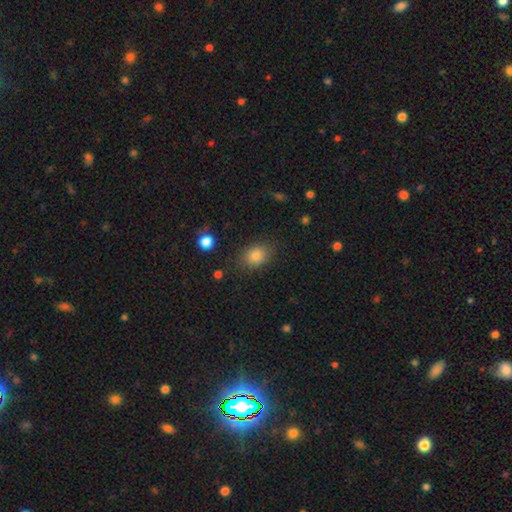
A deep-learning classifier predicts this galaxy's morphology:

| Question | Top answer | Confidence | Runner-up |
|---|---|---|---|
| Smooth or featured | smooth | 82% | star or artifact (11%) |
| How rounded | in between | 63% | round (36%) |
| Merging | none | 83% | minor disturbance (12%) |